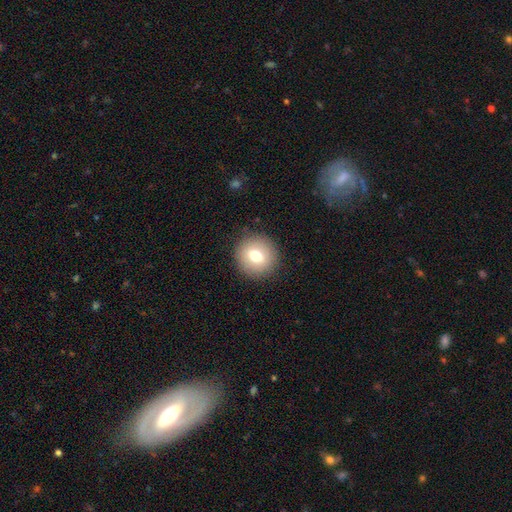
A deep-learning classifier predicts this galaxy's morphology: A smooth galaxy with no disk features (72%) that is round (90%). Merging: none (89%).